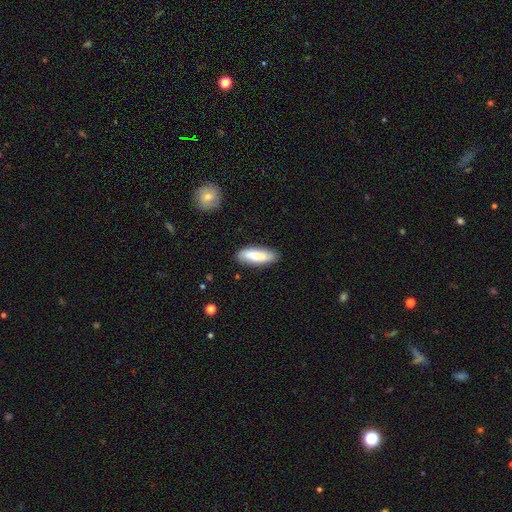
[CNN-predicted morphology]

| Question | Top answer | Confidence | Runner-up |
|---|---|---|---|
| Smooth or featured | smooth | 80% | featured or disk (14%) |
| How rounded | in between | 62% | cigar-shaped (36%) |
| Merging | none | 82% | minor disturbance (14%) |